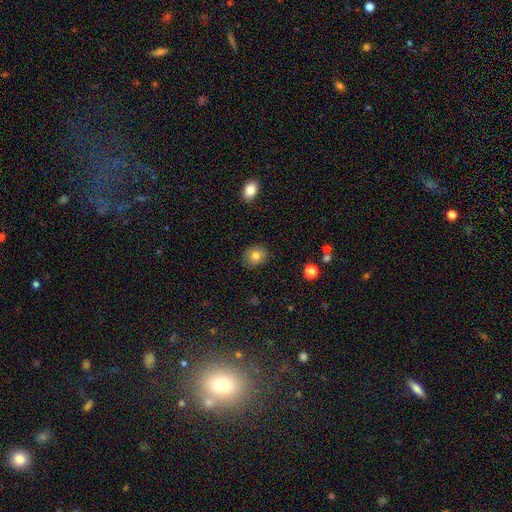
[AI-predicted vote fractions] A smooth galaxy with no disk features (80%) that is round (64%).

Vote fractions:
- Smooth or featured? smooth: 80% / featured or disk: 10% / star or artifact: 10%
- How rounded? round: 64% / in between: 35% / cigar-shaped: 1%
- Merging? none: 87% / minor disturbance: 9% / major disturbance: 2% / merger: 1%